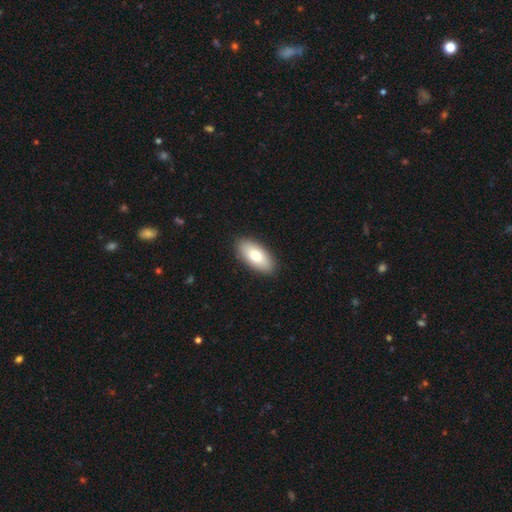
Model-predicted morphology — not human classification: A smooth galaxy with no disk features (75%) that is in between round and cigar-shaped (91%). Merging: none (90%).